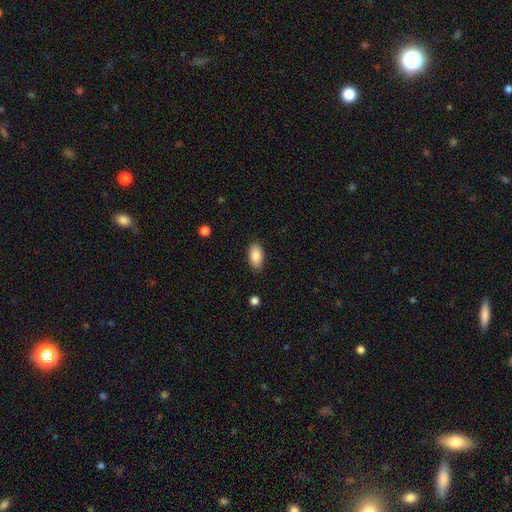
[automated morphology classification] Smooth or featured? smooth (88%)
How rounded? in between (93%)
Merging? none (85%)